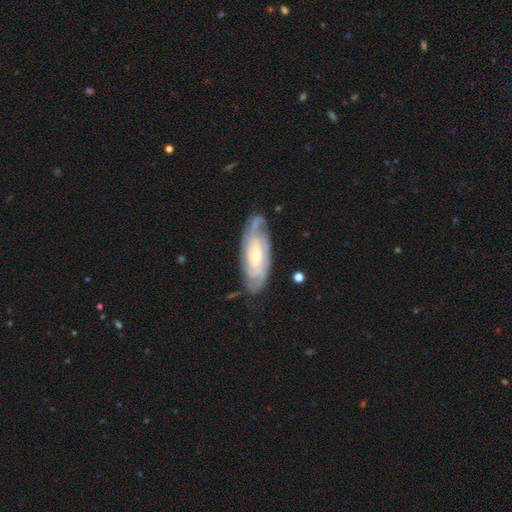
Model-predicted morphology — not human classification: This appears to be a featured or disk galaxy (80%) with no bar (55%), tight (66%) spiral arms (94%) and a small central bulge (57%). Merging: none (74%).